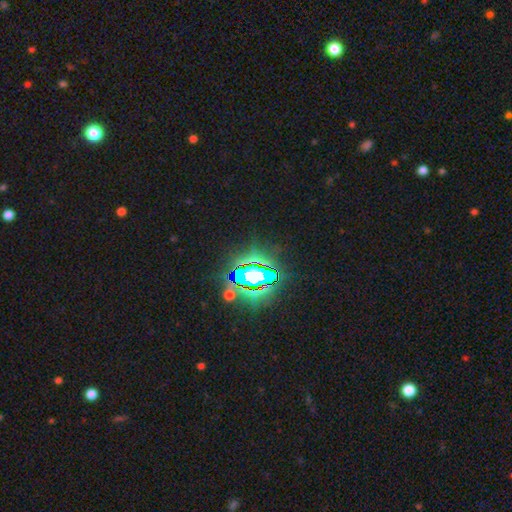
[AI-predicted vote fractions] A star or artifact, not a galaxy (87%).

Vote fractions:
- Smooth or featured? star or artifact: 87% / smooth: 8% / featured or disk: 6%